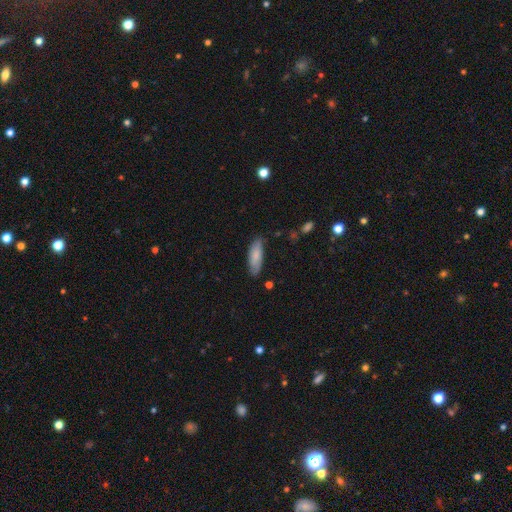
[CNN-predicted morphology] smooth_or_featured: smooth (p=0.80) [alt: featured or disk p=0.15]
how_rounded: in between (p=0.62) [alt: cigar-shaped p=0.37]
merging: none (p=0.78) [alt: minor disturbance p=0.17]